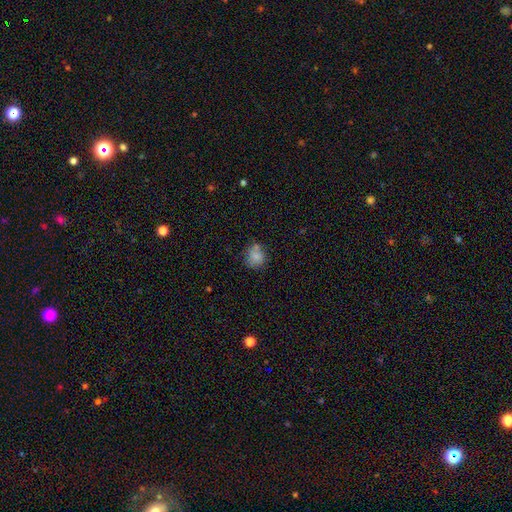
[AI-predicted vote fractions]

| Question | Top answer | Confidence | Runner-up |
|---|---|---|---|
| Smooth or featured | smooth | 81% | star or artifact (10%) |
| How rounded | round | 77% | in between (22%) |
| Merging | none | 63% | minor disturbance (21%) |